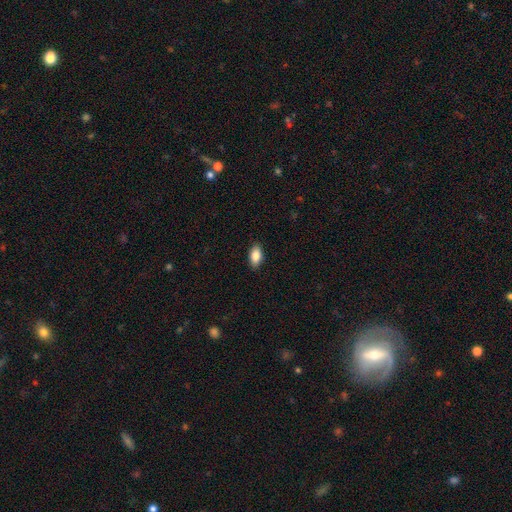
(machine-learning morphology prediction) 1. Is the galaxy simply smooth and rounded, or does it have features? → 85% smooth, 8% featured or disk, 7% star or artifact.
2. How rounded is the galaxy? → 91% in between, 5% cigar-shaped, 4% round.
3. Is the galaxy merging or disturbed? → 89% none, 8% minor disturbance, 2% major disturbance, 1% merger.